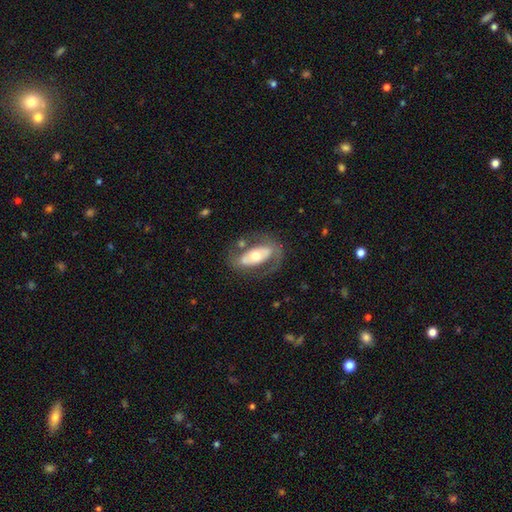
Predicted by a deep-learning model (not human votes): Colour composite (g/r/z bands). It shows a featured or disk galaxy (65%) with no bar (52%), spiral arms (54%) and a moderate central bulge (65%). Merging: none (62%).